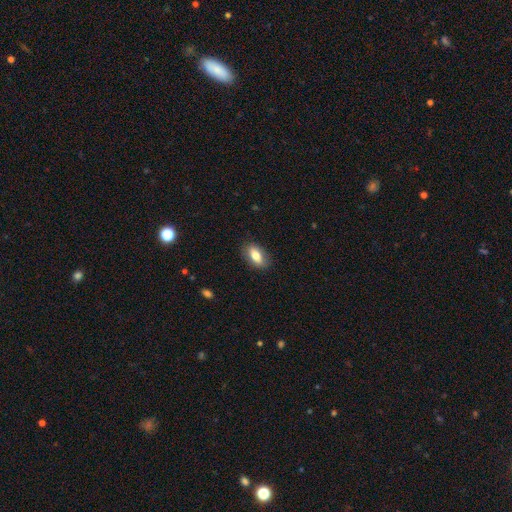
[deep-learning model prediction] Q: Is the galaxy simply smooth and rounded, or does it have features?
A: smooth — 78%.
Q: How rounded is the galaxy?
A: in between — 87%.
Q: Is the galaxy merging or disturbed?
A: none — 84%.